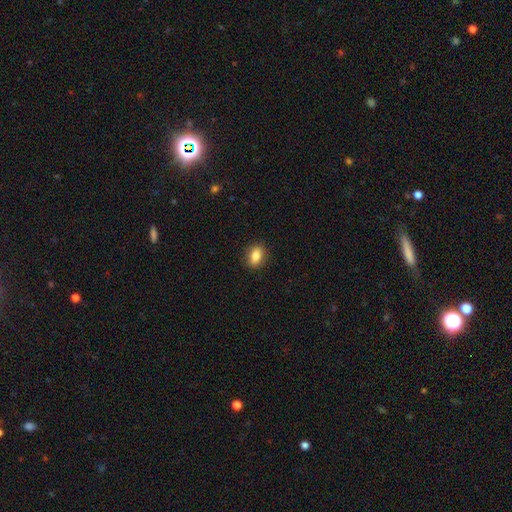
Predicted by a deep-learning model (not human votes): smooth 85%, star or artifact 8%, featured or disk 7%. Down the decision tree: how rounded — in between (75%); merging — none (87%).